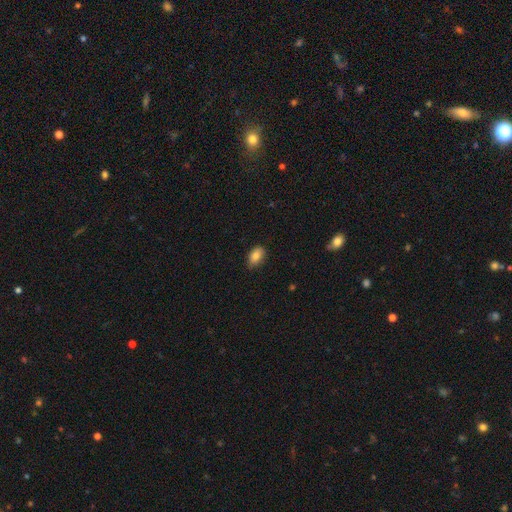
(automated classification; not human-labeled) A smooth galaxy with no disk features (83%) that is in between round and cigar-shaped (90%).

Vote fractions:
- Smooth or featured? smooth: 83% / star or artifact: 8% / featured or disk: 8%
- How rounded? in between: 90% / round: 8% / cigar-shaped: 2%
- Merging? none: 80% / minor disturbance: 17% / major disturbance: 2% / merger: 1%